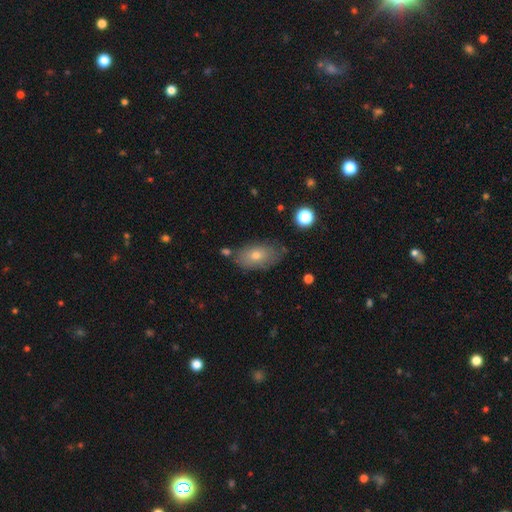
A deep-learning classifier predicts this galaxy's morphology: type=smooth (69%); roundness=in between (90%); merging=none (73%).